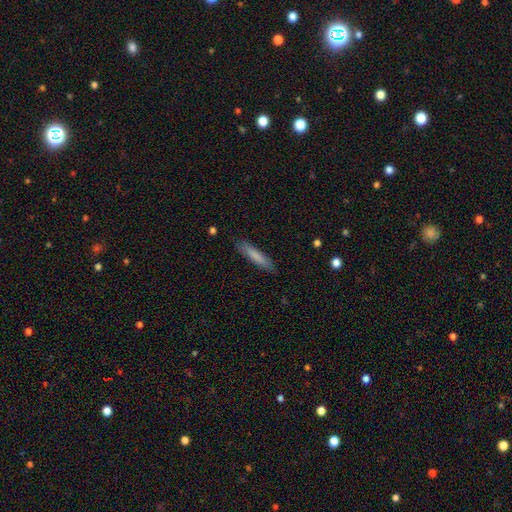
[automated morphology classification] A smooth galaxy with no disk features (78%) that is cigar-shaped (88%). Merging: none (87%).